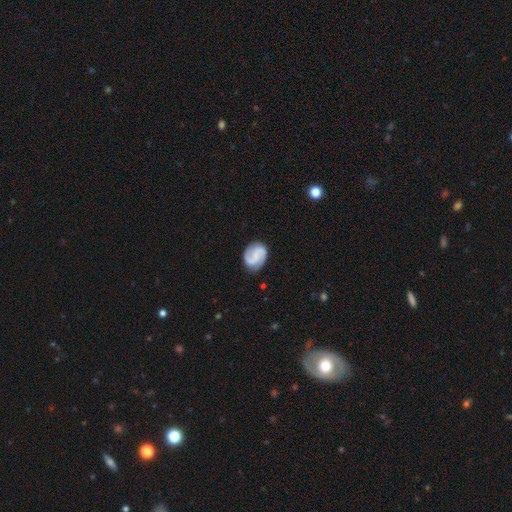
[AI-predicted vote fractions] The model was most divided on "bar": no: 45%, weak: 40%, strong: 14%. Remaining: edge-on disk — no (98%); spiral arms — yes (96%); spiral arm count — 2 (88%); merging — none (82%); smooth or featured — featured or disk (76%); bulge size — none (54%); spiral winding — medium (46%).